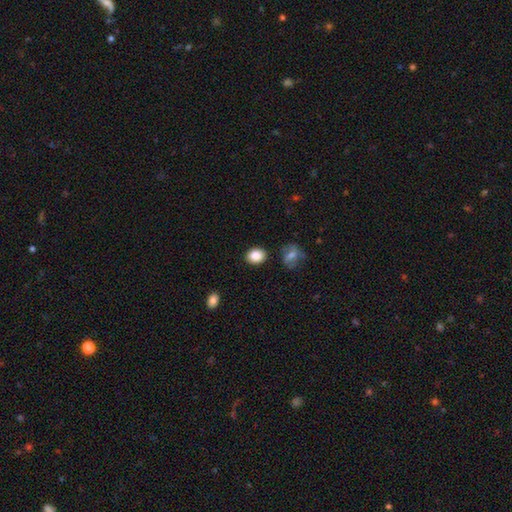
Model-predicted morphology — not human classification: A smooth galaxy with no disk features (88%) that is in between round and cigar-shaped (51%). Merging: none (85%).